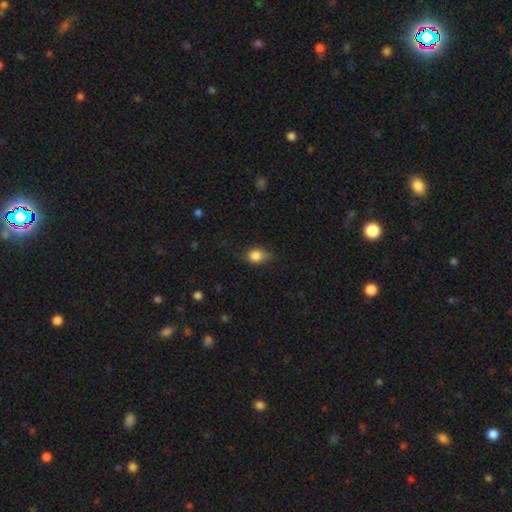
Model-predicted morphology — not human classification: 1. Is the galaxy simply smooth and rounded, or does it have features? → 80% smooth, 11% featured or disk, 9% star or artifact.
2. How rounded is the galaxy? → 51% in between, 46% round, 3% cigar-shaped.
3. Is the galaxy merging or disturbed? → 58% none, 32% minor disturbance, 8% major disturbance, 1% merger.